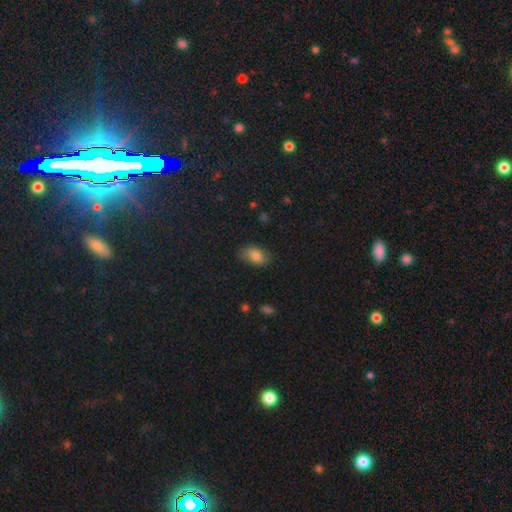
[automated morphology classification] A smooth galaxy with no disk features (73%) that is in between round and cigar-shaped (90%). Merging: none (76%).